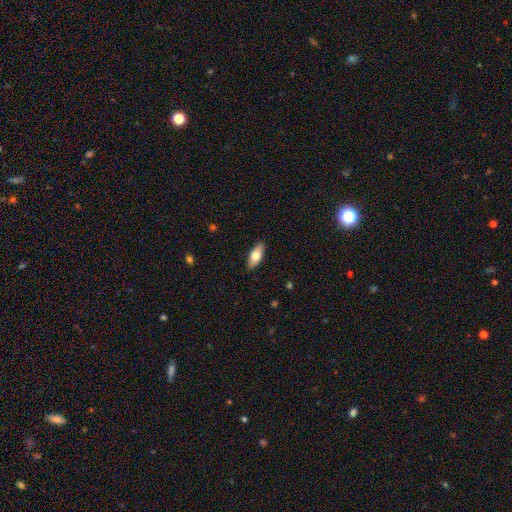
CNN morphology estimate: type=smooth (72%); roundness=in between (81%); merging=none (88%).